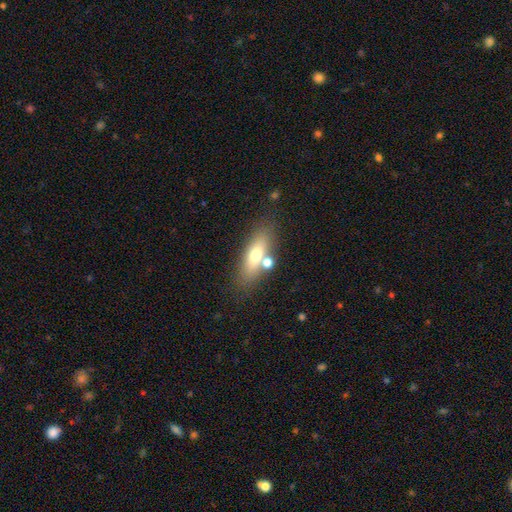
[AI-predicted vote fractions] Smooth or featured? smooth (63%)
How rounded? in between (59%)
Merging? none (68%)